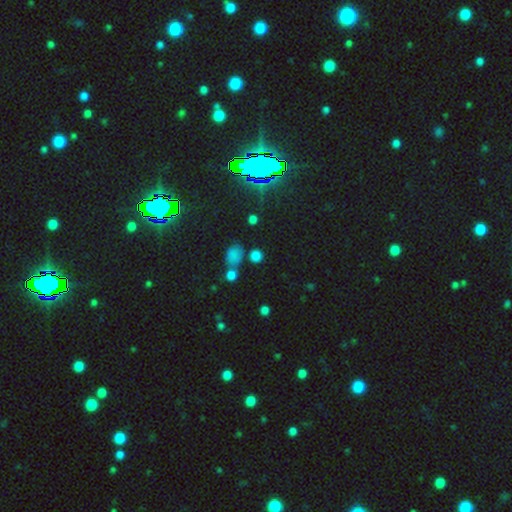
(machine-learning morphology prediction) This is likely a smooth galaxy (66%). How rounded: clearly round (82%). Merging: likely none (71%).